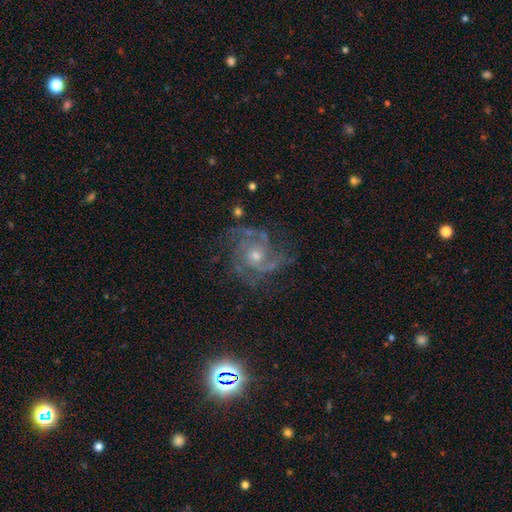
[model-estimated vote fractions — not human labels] Smooth or featured: featured or disk — 86% (star or artifact — 10%)
Edge-on disk: no — 98% (yes — 2%)
Bar: no — 73% (weak — 22%)
Spiral arms: yes — 97% (no — 3%)
Spiral winding: medium — 48% (tight — 43%)
Spiral arm count: 3 — 41% (2 — 22%)
Bulge size: small — 51% (moderate — 44%)
Merging: none — 72% (minor disturbance — 17%)